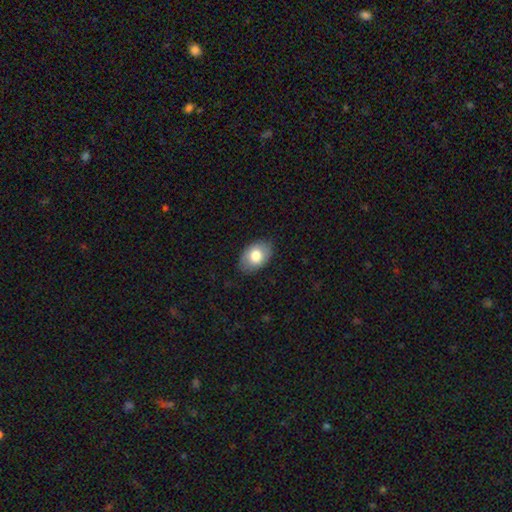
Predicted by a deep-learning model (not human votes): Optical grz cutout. It shows a smooth galaxy with no disk features (78%) that is in between round and cigar-shaped (87%). Merging: none (85%).